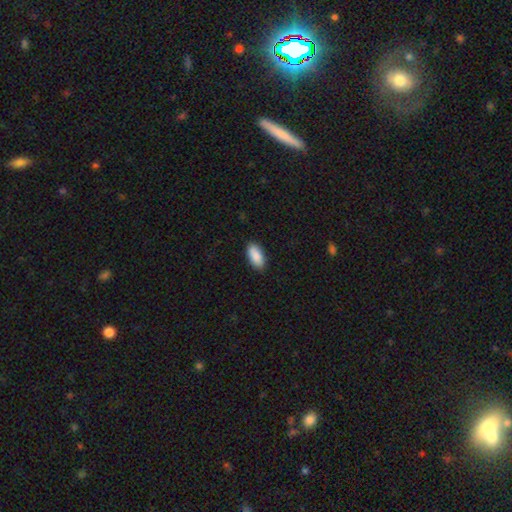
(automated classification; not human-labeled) Smooth or featured? Predicted: smooth (p=0.90). How rounded? Predicted: in between (p=0.91). Merging? Predicted: none (p=0.88).